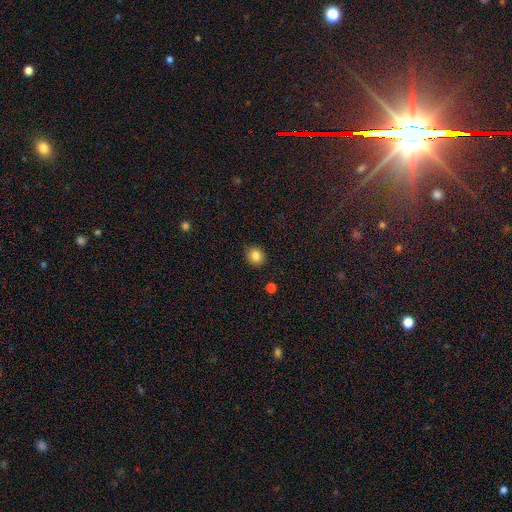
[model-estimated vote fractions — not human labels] A smooth galaxy with no disk features (83%) that is round (79%). Merging: none (88%).